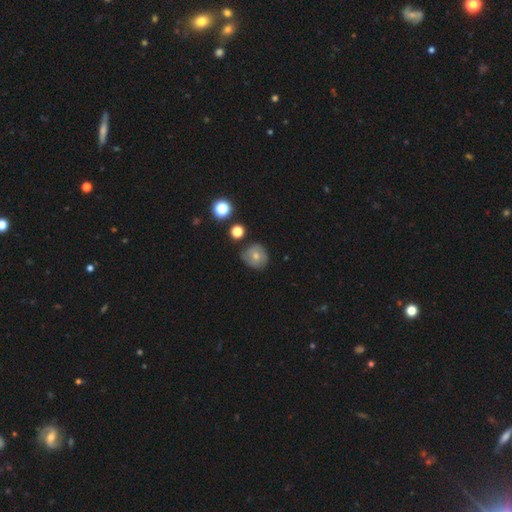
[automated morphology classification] Overall: smooth (62%; featured or disk 26%). How rounded: round (83%). Merging: none (68%).